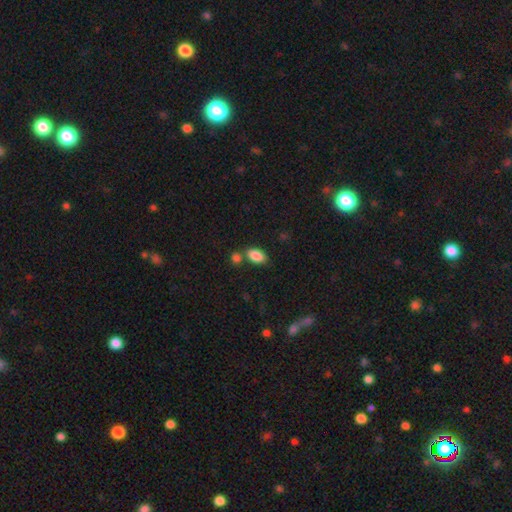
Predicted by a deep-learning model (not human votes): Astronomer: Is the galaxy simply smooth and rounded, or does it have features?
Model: smooth — 87%.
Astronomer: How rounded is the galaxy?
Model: in between — 91%.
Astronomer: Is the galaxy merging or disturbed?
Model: none — 64%.